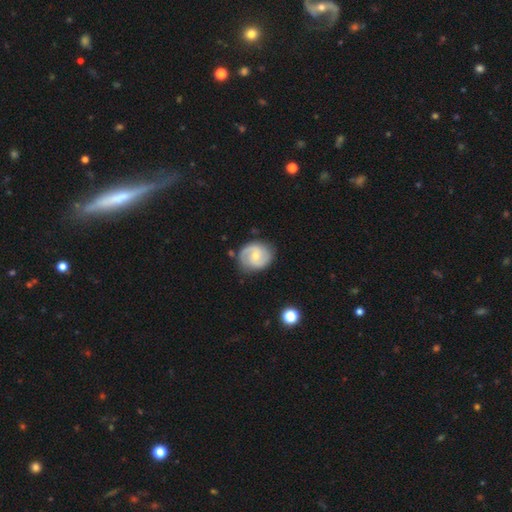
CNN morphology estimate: type=featured or disk (75%); edge-on=no (98%); bar=no (49%); spiral arms=yes (93%); winding=medium (47%); arm count=2 (83%); bulge=small (55%); merging=none (78%).